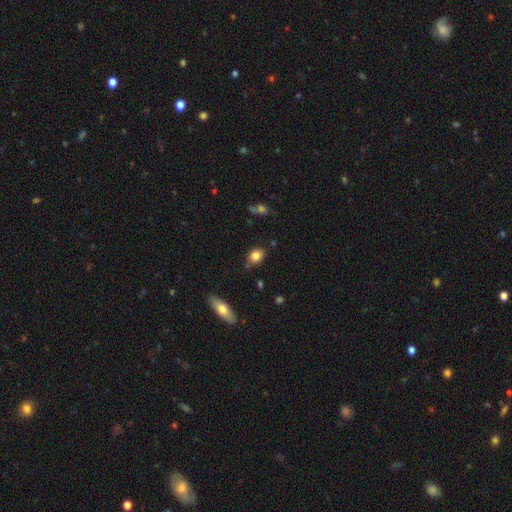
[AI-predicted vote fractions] Q: Smooth or featured?
A: smooth (83%); runner-up: star or artifact (10%)
Q: How rounded?
A: in between (50%); runner-up: round (48%)
Q: Merging?
A: none (77%); runner-up: minor disturbance (15%)